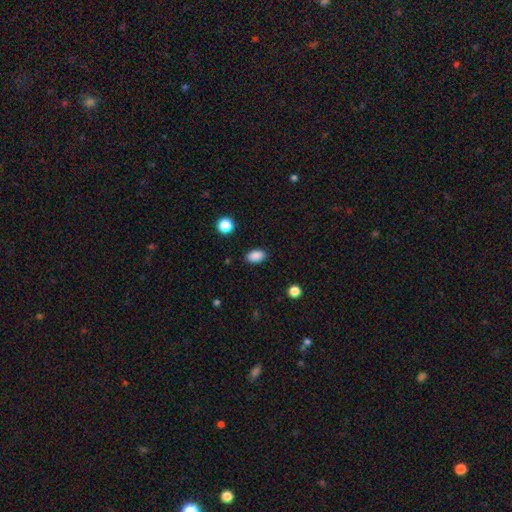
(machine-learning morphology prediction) smooth_or_featured: smooth (p=0.88) [alt: star or artifact p=0.09]
how_rounded: in between (p=0.90) [alt: round p=0.08]
merging: none (p=0.88) [alt: minor disturbance p=0.08]